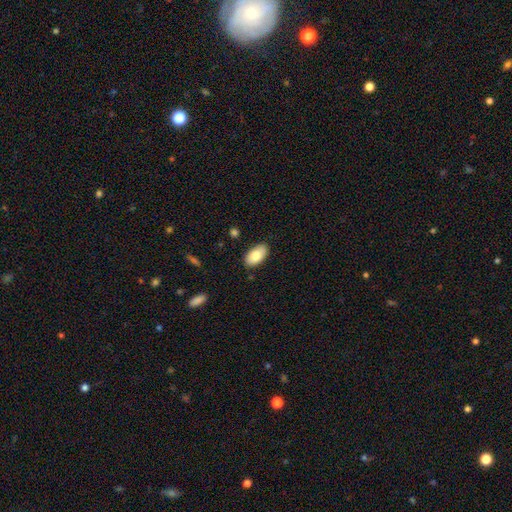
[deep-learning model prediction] This appears to be a smooth galaxy with no disk features (81%) that is in between round and cigar-shaped (95%). Merging: none (85%).